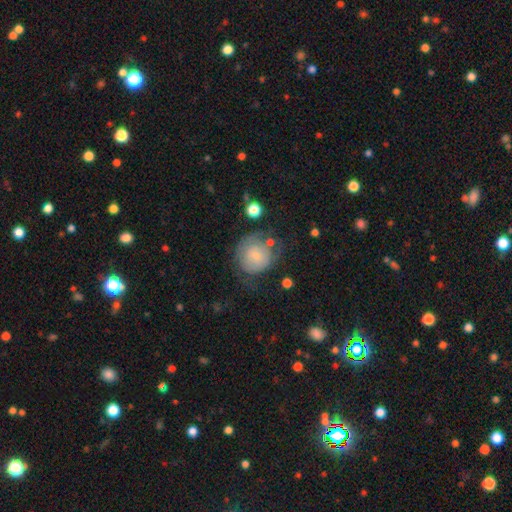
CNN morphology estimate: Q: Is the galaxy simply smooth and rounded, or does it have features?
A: smooth — 58%.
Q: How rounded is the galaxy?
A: round — 86%.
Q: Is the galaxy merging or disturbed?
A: none — 48%.